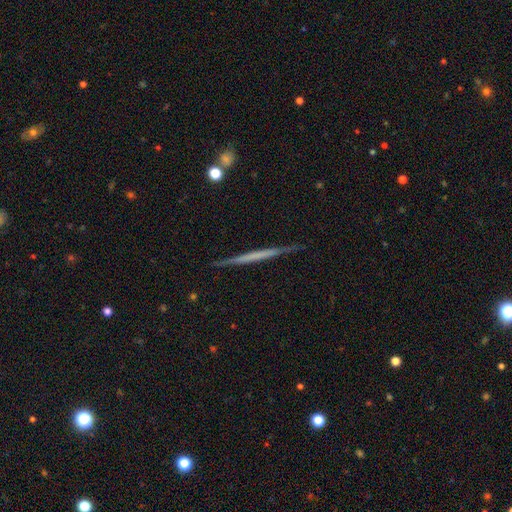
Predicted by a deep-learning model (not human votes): Smooth or featured: featured or disk — 60% (smooth — 35%)
Edge-on disk: yes — 97% (no — 3%)
Edge-on bulge: none — 91% (rounded — 5%)
Merging: none — 90% (minor disturbance — 7%)